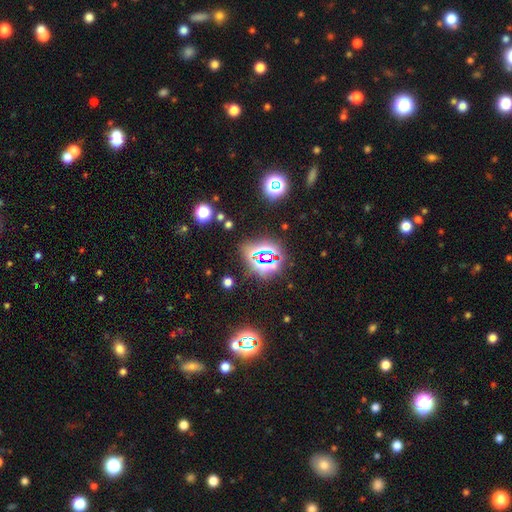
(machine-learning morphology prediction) A star or artifact, not a galaxy (74%).

Vote fractions:
- Smooth or featured? star or artifact: 74% / smooth: 16% / featured or disk: 10%